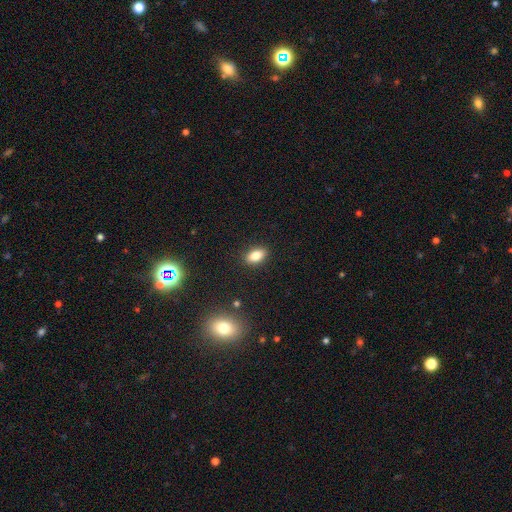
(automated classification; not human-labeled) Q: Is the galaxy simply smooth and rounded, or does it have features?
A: smooth — 81%.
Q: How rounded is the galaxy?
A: in between — 86%.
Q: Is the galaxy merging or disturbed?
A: none — 88%.